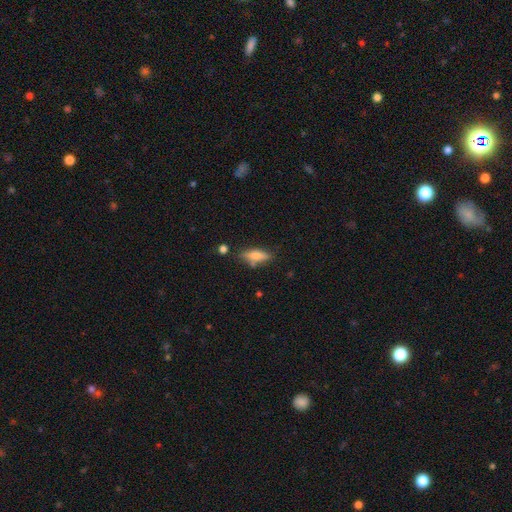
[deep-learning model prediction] A smooth galaxy with no disk features (68%) that is in between round and cigar-shaped (51%).

Vote fractions:
- Smooth or featured? smooth: 68% / featured or disk: 24% / star or artifact: 7%
- How rounded? in between: 51% / cigar-shaped: 46% / round: 3%
- Merging? none: 74% / minor disturbance: 16% / merger: 6% / major disturbance: 4%